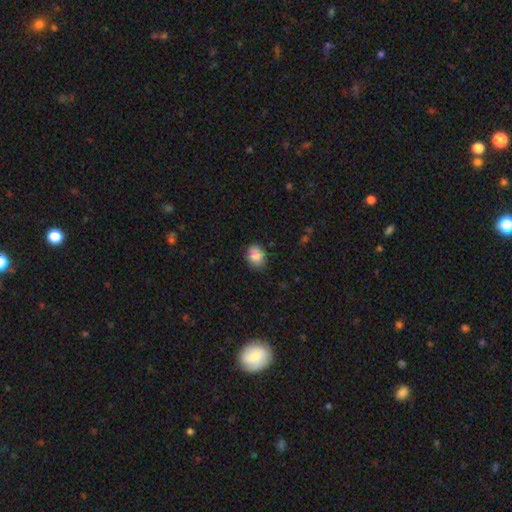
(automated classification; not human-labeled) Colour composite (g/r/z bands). It shows a smooth galaxy with no disk features (85%) that is in between round and cigar-shaped (53%). Merging: none (80%).